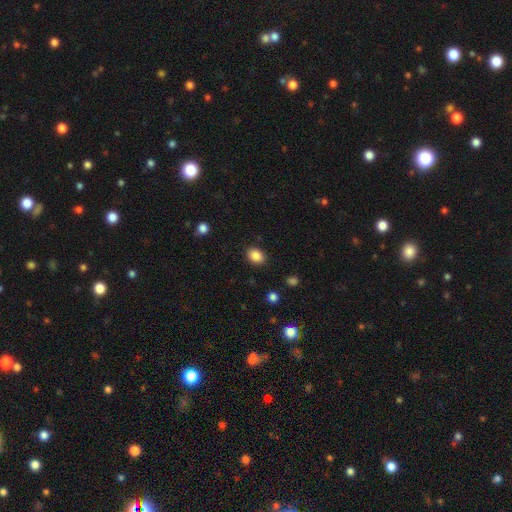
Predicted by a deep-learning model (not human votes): A smooth galaxy with no disk features (87%) that is in between round and cigar-shaped (69%). Merging: none (87%).